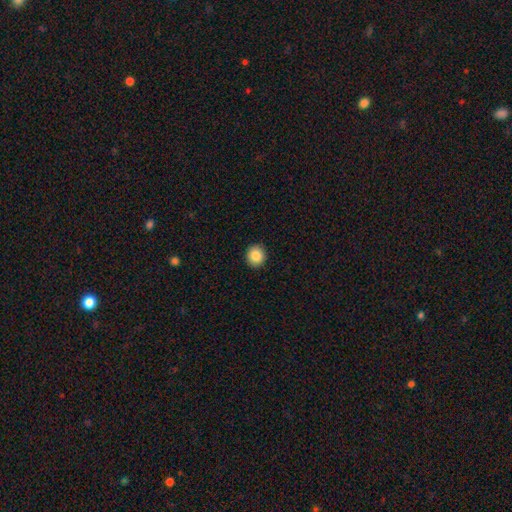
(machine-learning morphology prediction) smooth_or_featured: smooth (p=0.86) [alt: star or artifact p=0.09]
how_rounded: round (p=0.88) [alt: in between p=0.11]
merging: none (p=0.92) [alt: minor disturbance p=0.05]